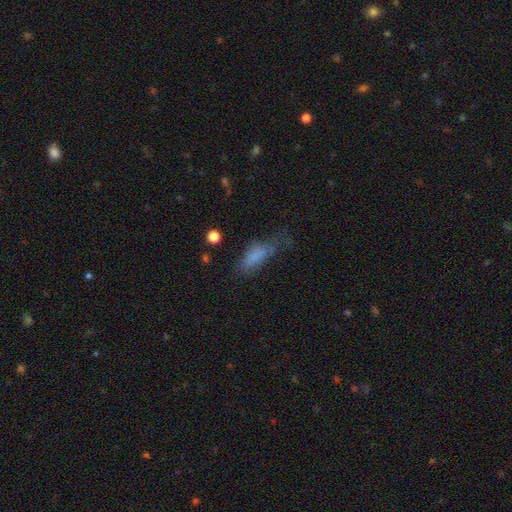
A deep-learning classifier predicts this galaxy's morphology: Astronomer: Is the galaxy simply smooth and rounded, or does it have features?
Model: smooth — 74%.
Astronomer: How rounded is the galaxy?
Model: in between — 73%.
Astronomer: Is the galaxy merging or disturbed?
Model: none — 36% (runner-up: minor disturbance, 31%).